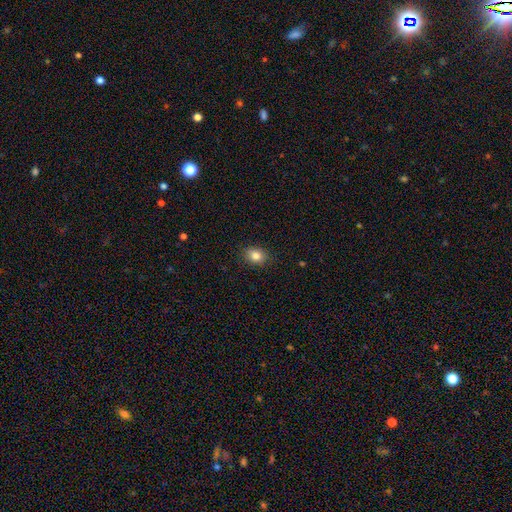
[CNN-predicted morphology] Smooth or featured? Predicted: smooth (p=0.84). How rounded? Predicted: in between (p=0.58). Merging? Predicted: none (p=0.88).